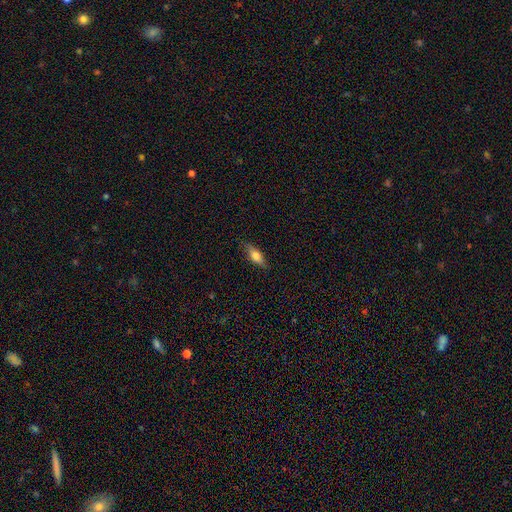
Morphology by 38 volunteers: Smooth or featured? 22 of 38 (58%) said smooth. How rounded? 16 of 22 (73%) said in between. Merging? 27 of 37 (73%) said none.